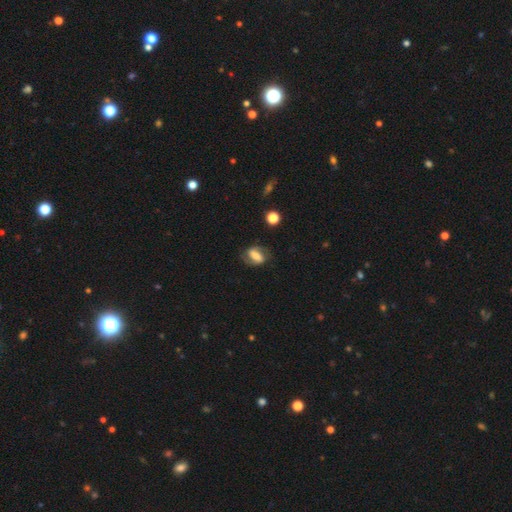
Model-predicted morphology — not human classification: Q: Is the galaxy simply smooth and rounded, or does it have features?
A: featured or disk — 58%.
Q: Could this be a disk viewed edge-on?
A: no — 93%.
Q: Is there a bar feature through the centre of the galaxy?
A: strong — 55%.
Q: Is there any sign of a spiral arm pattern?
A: yes — 83%.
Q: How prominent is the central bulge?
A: moderate — 35%.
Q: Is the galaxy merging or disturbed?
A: none — 73%.